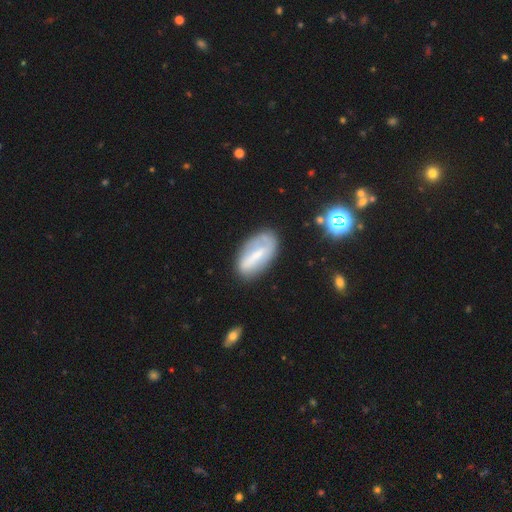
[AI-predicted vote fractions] Q: Smooth or featured?
A: smooth (49%); runner-up: featured or disk (43%)
Q: Merging?
A: none (69%); runner-up: minor disturbance (21%)